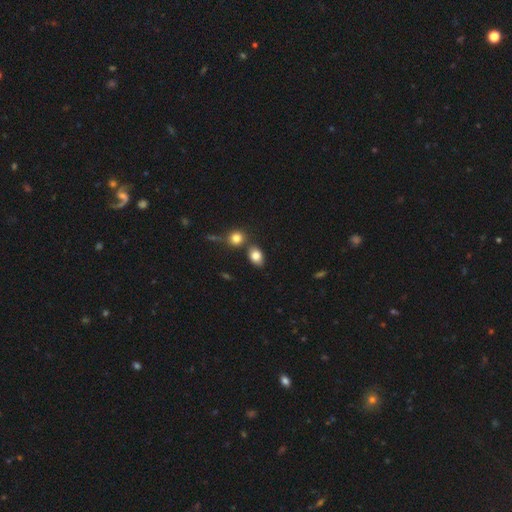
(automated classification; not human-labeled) Morphology: type=smooth (81%); roundness=in between (78%); merging=none (64%).